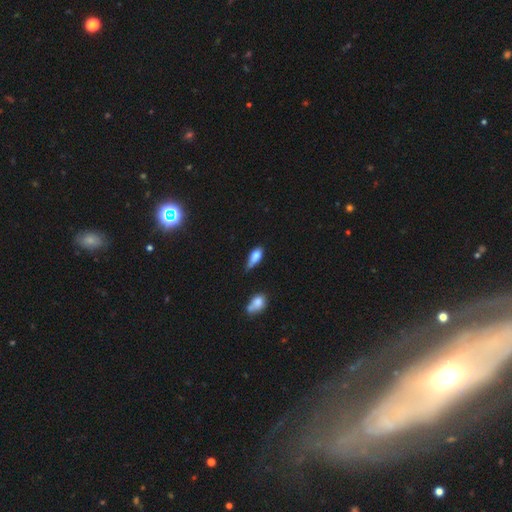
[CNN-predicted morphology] A smooth galaxy with no disk features (74%) that is in between round and cigar-shaped (79%).

Vote fractions:
- Smooth or featured? smooth: 74% / featured or disk: 16% / star or artifact: 9%
- How rounded? in between: 79% / cigar-shaped: 16% / round: 6%
- Merging? minor disturbance: 41% / none: 35% / major disturbance: 15% / merger: 10%